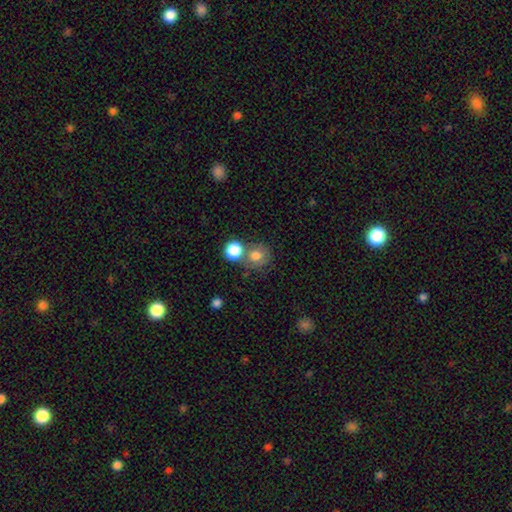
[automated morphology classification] A smooth galaxy with no disk features (78%) that is round (84%). Merging: none (51%).